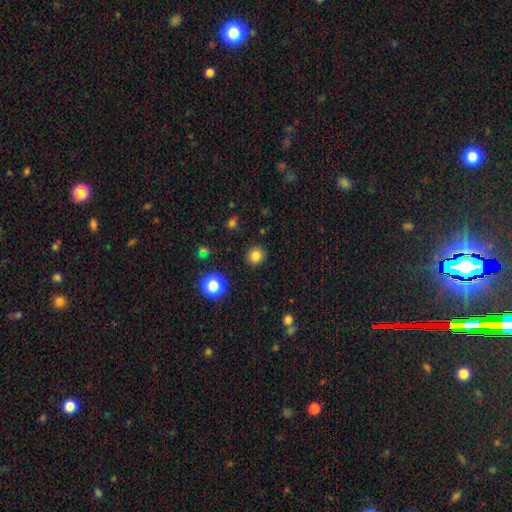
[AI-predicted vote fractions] This is clearly a smooth galaxy (81%). How rounded: clearly round (85%). Merging: clearly none (90%).